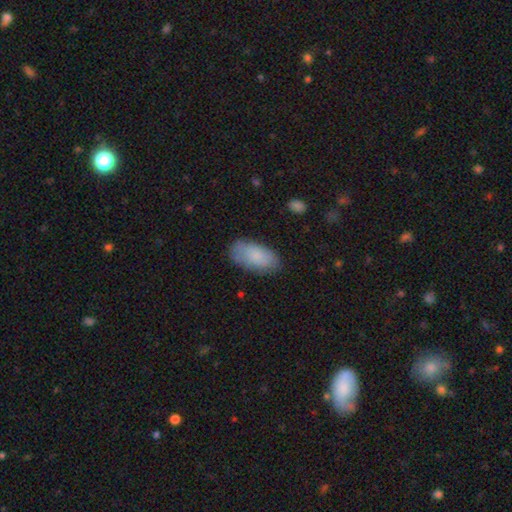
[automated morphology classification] This appears to be a smooth galaxy with no disk features (81%) that is in between round and cigar-shaped (94%). Merging: none (77%).